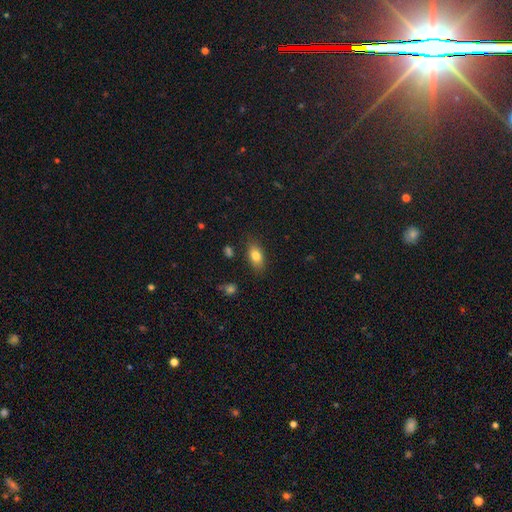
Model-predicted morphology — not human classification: The model was most divided on "merging": none: 82%, minor disturbance: 13%, major disturbance: 3%, merger: 2%. More confident: how rounded — in between (85%); smooth or featured — smooth (81%).